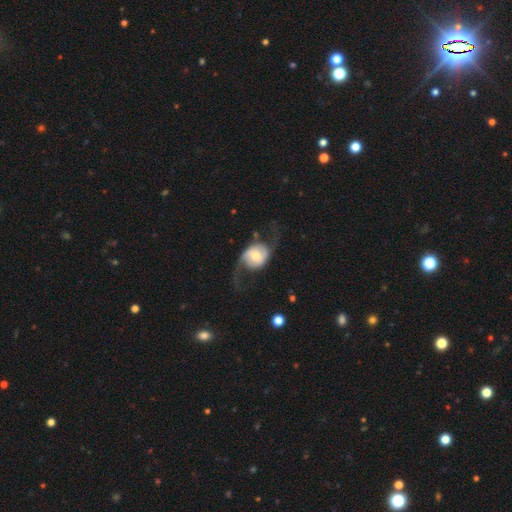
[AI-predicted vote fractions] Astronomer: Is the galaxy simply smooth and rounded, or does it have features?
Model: featured or disk — 70%.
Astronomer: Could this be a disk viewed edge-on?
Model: no — 95%.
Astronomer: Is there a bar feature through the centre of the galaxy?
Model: no — 63%.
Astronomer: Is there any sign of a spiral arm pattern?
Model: yes — 85%.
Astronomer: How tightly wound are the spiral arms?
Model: loose — 73%.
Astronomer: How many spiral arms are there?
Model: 2 — 86%.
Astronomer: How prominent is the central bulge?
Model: moderate — 61%.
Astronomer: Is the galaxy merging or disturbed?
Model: none — 50% (runner-up: major disturbance, 29%).